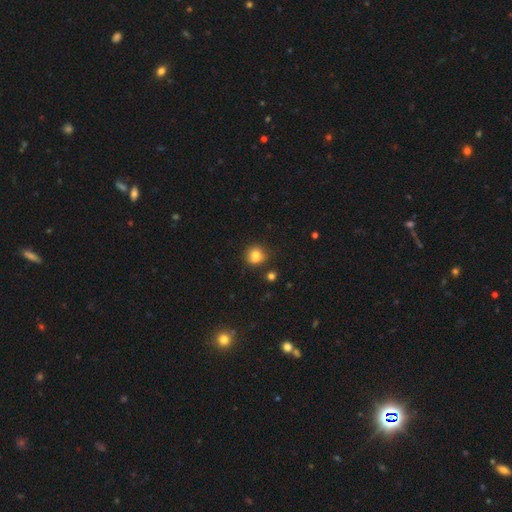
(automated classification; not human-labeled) smooth 78%, star or artifact 12%, featured or disk 11%. Down the decision tree: how rounded — round (80%); merging — none (63%).